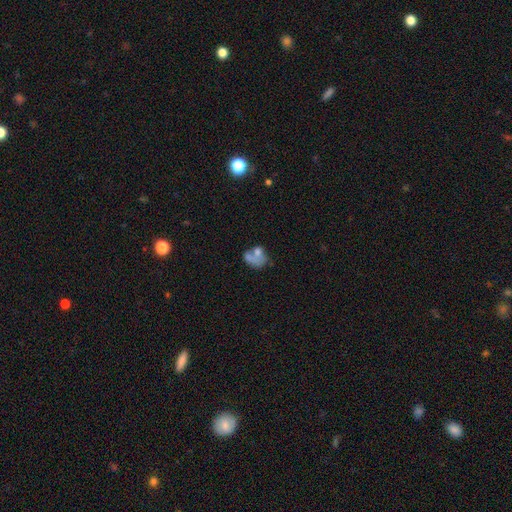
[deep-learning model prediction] A smooth galaxy with no disk features (58%) that is in between round and cigar-shaped (59%).

Vote fractions:
- Smooth or featured? smooth: 58% / featured or disk: 30% / star or artifact: 12%
- How rounded? in between: 59% / round: 39% / cigar-shaped: 1%
- Merging? merger: 38% / none: 26% / major disturbance: 20% / minor disturbance: 15%